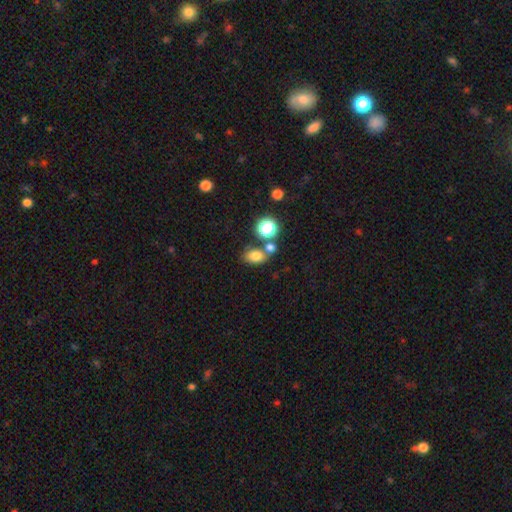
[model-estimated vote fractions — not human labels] A smooth galaxy with no disk features (77%) that is in between round and cigar-shaped (71%). Merging: none (60%).